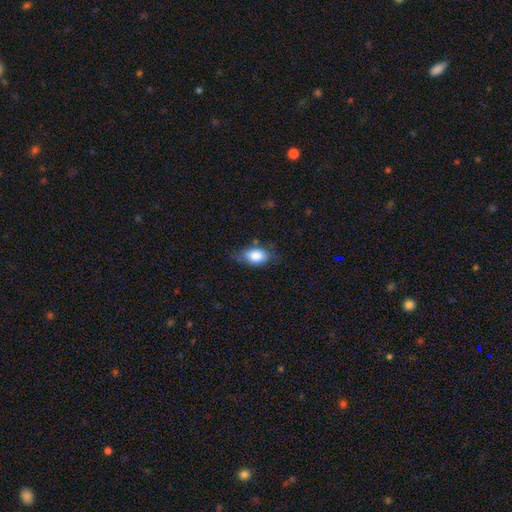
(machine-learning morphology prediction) smooth-or-featured: smooth: 82% | featured or disk: 10% | star or artifact: 7%
  how-rounded: in between: 86% | round: 11% | cigar-shaped: 3%
  merging: none: 58% | minor disturbance: 31% | major disturbance: 9% | merger: 2%